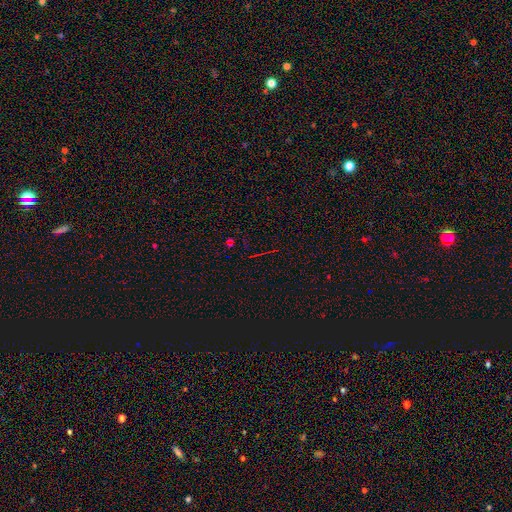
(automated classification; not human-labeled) star or artifact 71%, smooth 15%, featured or disk 14%.